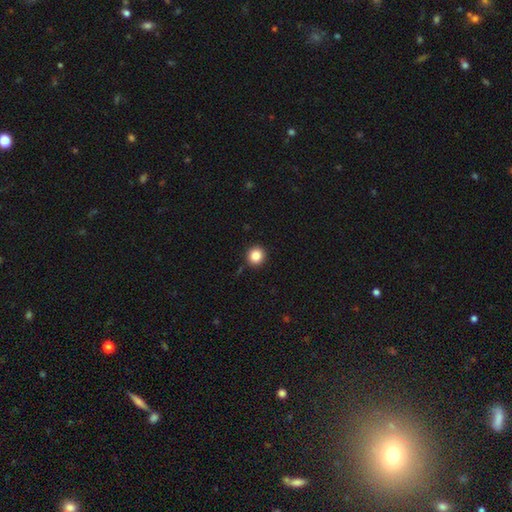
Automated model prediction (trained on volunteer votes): This is clearly a smooth galaxy (85%). How rounded: clearly round (93%). Merging: clearly none (92%).